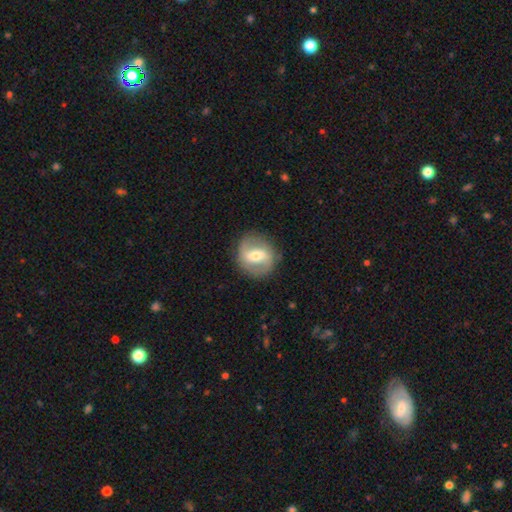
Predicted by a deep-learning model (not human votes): smooth-or-featured: featured or disk: 63% | smooth: 30% | star or artifact: 6%
  disk-edge-on: no: 95% | yes: 5%
    bar: strong: 44% | weak: 41% | no: 15%
    has-spiral-arms: yes: 66% | no: 34%
    bulge-size: moderate: 63% | small: 28% | large: 6% | none: 1% | dominant: 1%
  merging: none: 85% | minor disturbance: 10% | major disturbance: 4% | merger: 1%